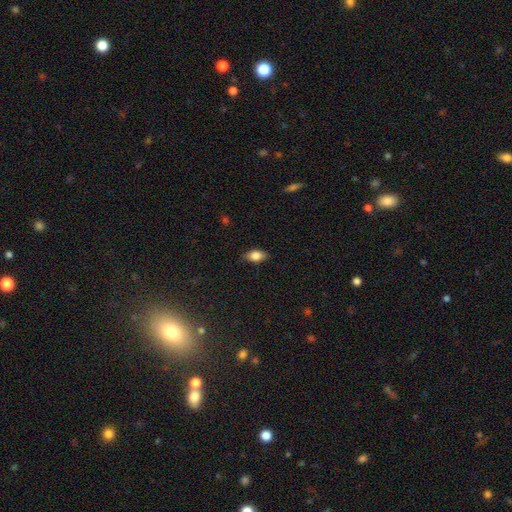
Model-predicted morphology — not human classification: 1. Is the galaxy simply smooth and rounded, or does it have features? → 81% smooth, 11% featured or disk, 8% star or artifact.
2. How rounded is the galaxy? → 87% in between, 8% round, 5% cigar-shaped.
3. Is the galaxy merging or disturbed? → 82% none, 14% minor disturbance, 3% major disturbance, 1% merger.